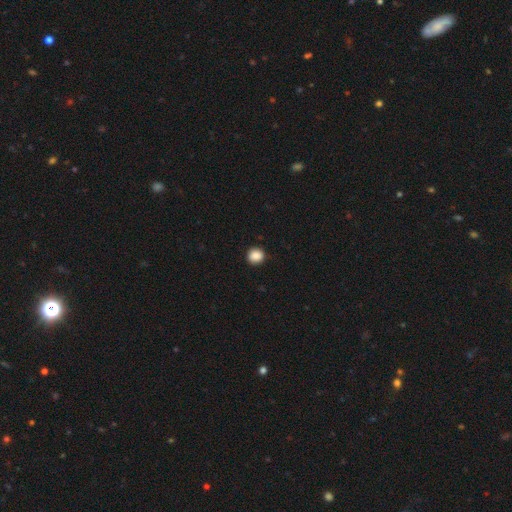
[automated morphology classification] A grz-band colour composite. It shows a smooth galaxy with no disk features (88%) that is round (89%). Merging: none (91%).